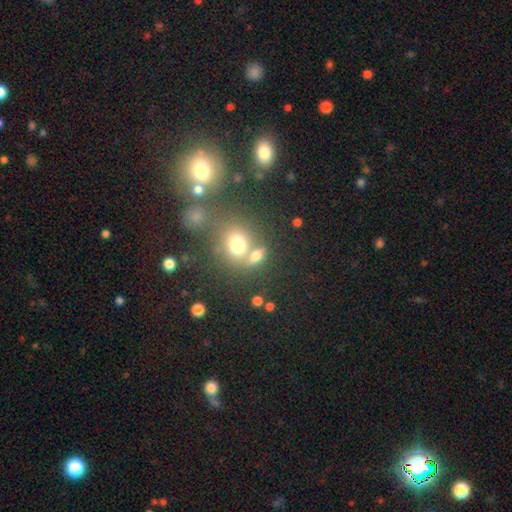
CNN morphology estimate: type=smooth (70%); roundness=in between (58%); merging=none (47%).